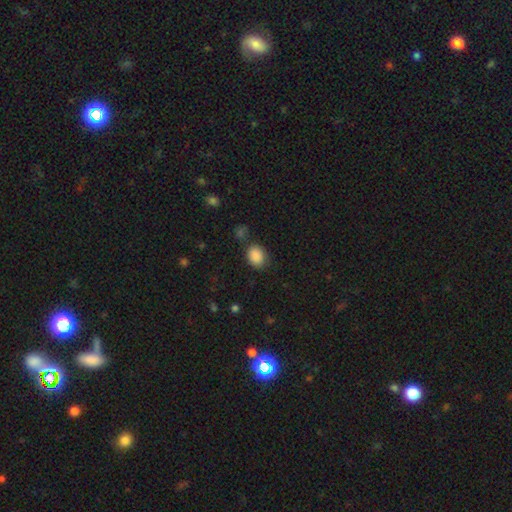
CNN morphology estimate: smooth 87%, star or artifact 9%, featured or disk 3%. Down the decision tree: how rounded — in between (55%); merging — none (73%).